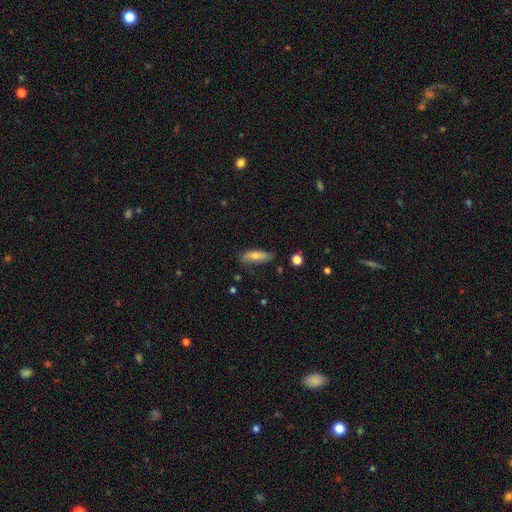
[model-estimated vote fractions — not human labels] smooth-or-featured: smooth: 69% | featured or disk: 24% | star or artifact: 7%
  how-rounded: in between: 51% | cigar-shaped: 47% | round: 3%
  merging: none: 61% | minor disturbance: 29% | major disturbance: 8% | merger: 3%